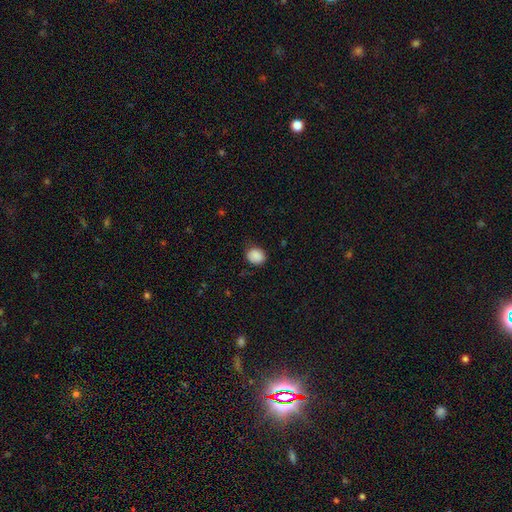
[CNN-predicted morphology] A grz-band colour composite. It shows a smooth galaxy with no disk features (89%) that is round (66%). Merging: none (81%).